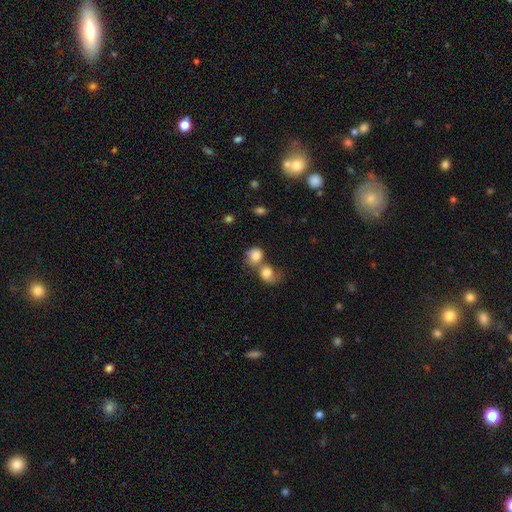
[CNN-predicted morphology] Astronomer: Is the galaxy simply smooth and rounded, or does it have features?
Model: smooth — 81%.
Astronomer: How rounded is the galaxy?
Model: round — 76%.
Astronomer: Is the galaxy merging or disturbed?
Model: merger — 59%.